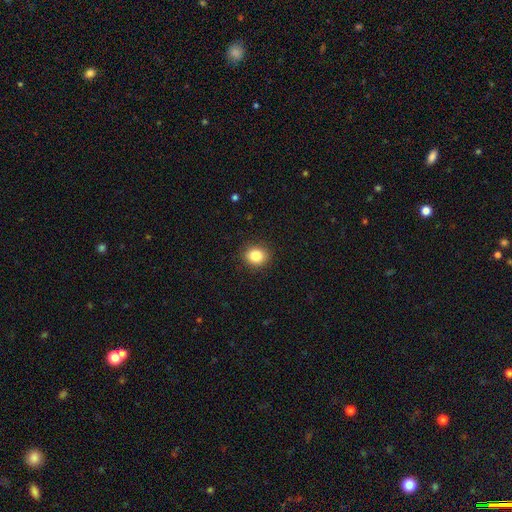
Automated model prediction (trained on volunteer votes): smooth 85%, star or artifact 10%, featured or disk 5%. Down the decision tree: how rounded — round (72%); merging — none (90%).